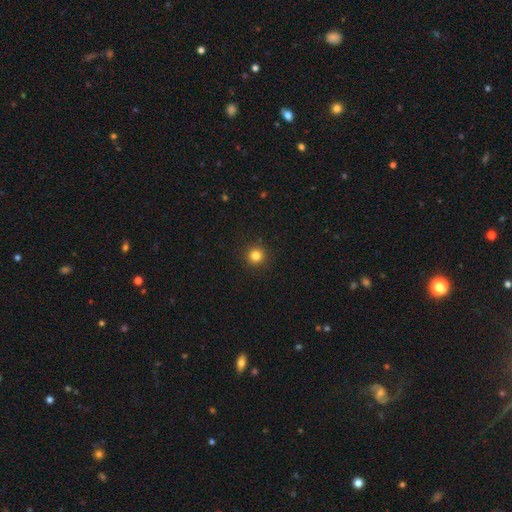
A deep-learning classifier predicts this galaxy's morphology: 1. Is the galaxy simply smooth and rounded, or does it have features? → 83% smooth, 13% star or artifact, 5% featured or disk.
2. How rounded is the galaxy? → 95% round, 4% in between, 1% cigar-shaped.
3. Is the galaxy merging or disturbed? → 92% none, 5% minor disturbance, 2% major disturbance, 1% merger.